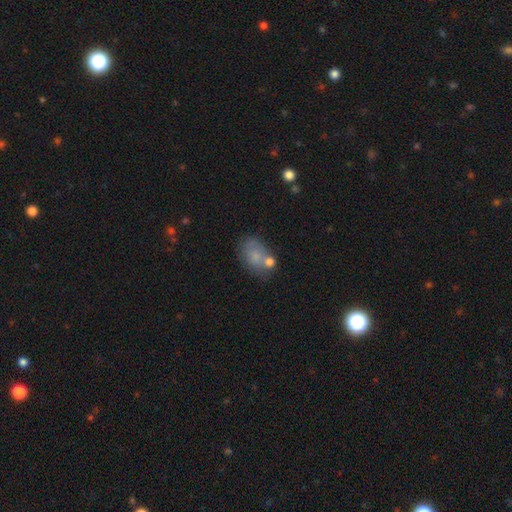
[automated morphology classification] A smooth galaxy with no disk features (68%) that is in between round and cigar-shaped (79%). Merging: none (46%).